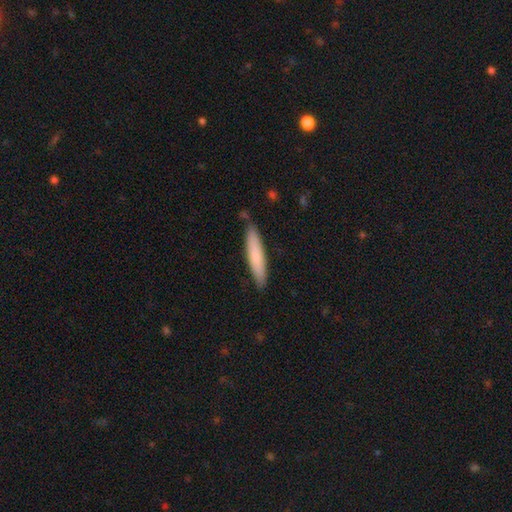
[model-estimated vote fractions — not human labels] This appears to be a smooth galaxy with no disk features (77%) that is cigar-shaped (88%). Merging: none (85%).